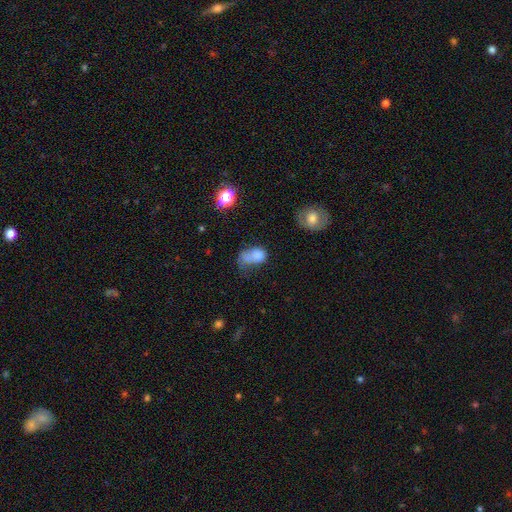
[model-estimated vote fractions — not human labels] Smooth or featured? Predicted: smooth (p=0.71). How rounded? Predicted: in between (p=0.74). Merging? Predicted: major disturbance (p=0.29).